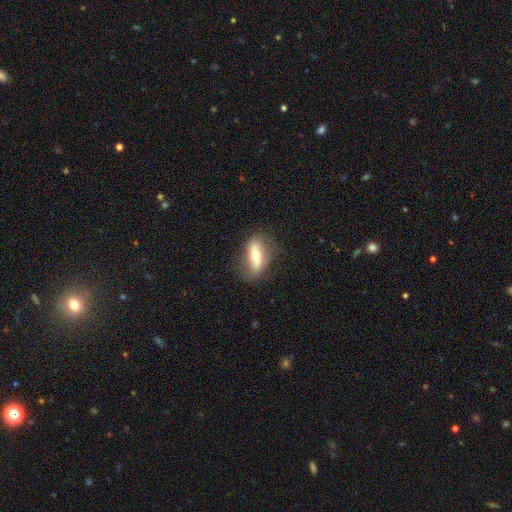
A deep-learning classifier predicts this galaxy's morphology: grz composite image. It shows a smooth galaxy with no disk features (47%). Merging: none (75%).